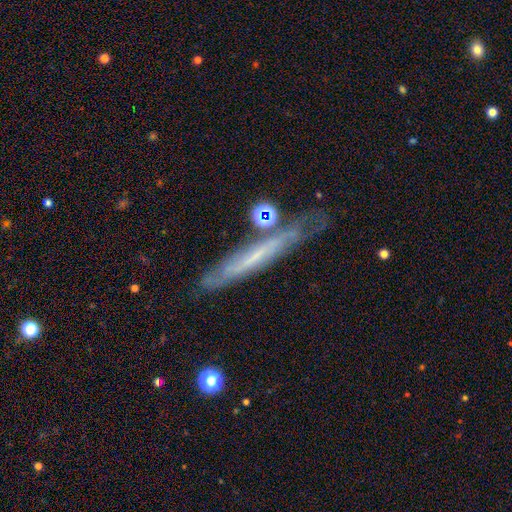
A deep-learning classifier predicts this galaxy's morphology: smooth_or_featured: featured or disk (p=0.61) [alt: smooth p=0.29]
disk_edge_on: yes (p=0.72) [alt: no p=0.28]
merging: none (p=0.64) [alt: minor disturbance p=0.22]